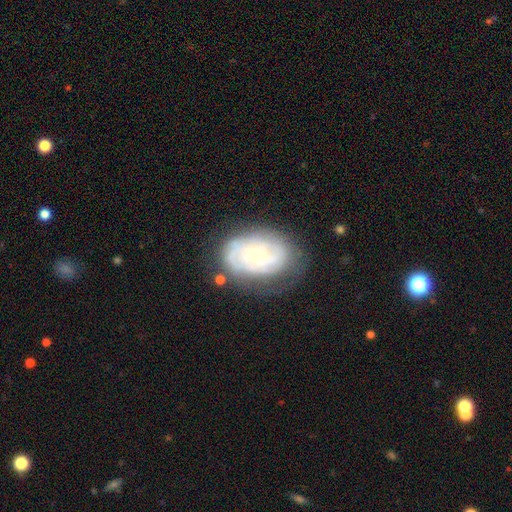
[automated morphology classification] featured or disk 71%, smooth 22%, star or artifact 7%. Down the decision tree: edge-on disk — no (97%); bar — no (75%); spiral arms — yes (84%); spiral arm count — can't tell (50%); spiral winding — tight (67%); bulge size — small (66%); merging — none (66%).